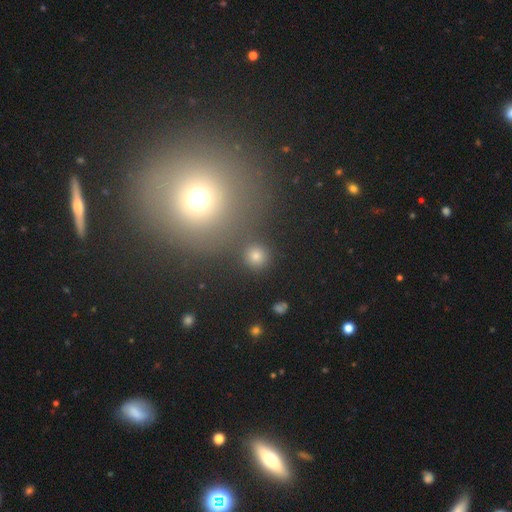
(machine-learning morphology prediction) type=smooth (67%); roundness=round (93%); merging=none (81%).